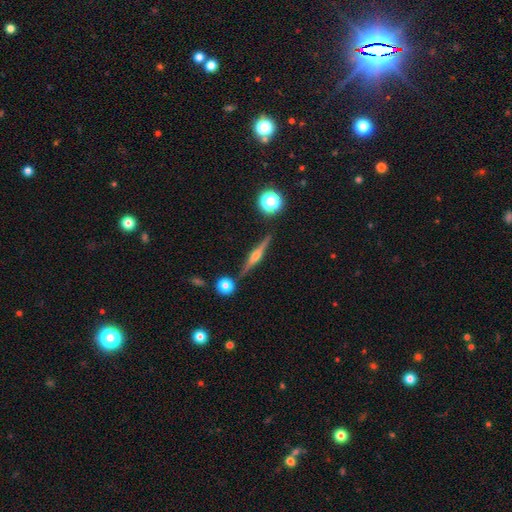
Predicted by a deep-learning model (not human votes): Q: Smooth or featured?
A: featured or disk (75%); runner-up: smooth (18%)
Q: Edge-on disk?
A: yes (98%); runner-up: no (2%)
Q: Edge-on bulge?
A: rounded (87%); runner-up: boxy (8%)
Q: Merging?
A: none (87%); runner-up: minor disturbance (8%)